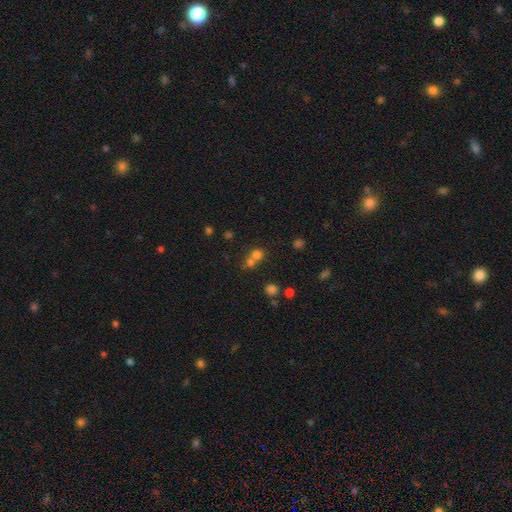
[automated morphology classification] smooth 67%, star or artifact 21%, featured or disk 12%. Down the decision tree: how rounded — round (81%); merging — merger (49%).